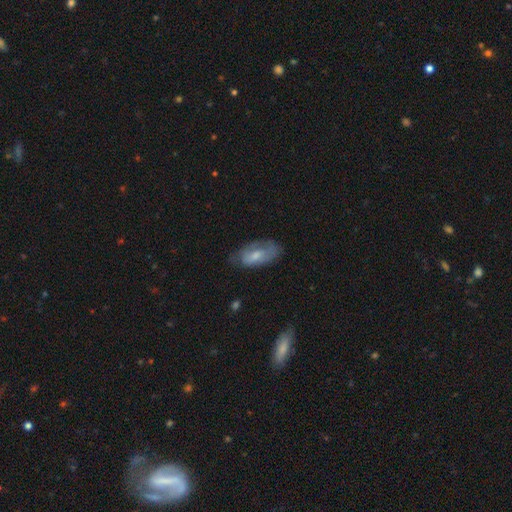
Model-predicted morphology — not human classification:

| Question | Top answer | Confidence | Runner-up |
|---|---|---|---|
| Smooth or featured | smooth | 58% | featured or disk (35%) |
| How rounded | in between | 91% | cigar-shaped (5%) |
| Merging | none | 52% | minor disturbance (31%) |